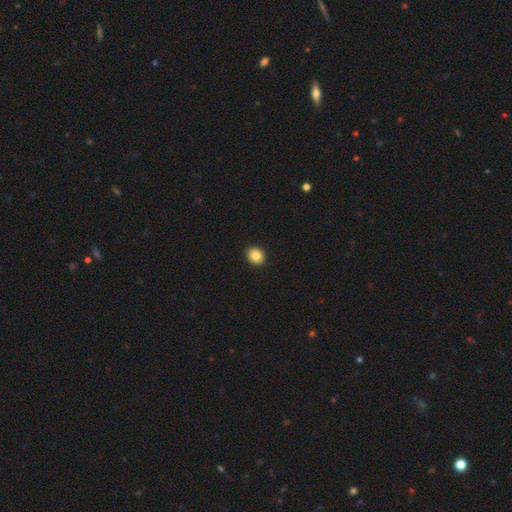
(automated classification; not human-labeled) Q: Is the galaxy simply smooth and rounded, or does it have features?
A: smooth — 85%.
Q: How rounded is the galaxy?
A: round — 75%.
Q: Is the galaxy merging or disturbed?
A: none — 93%.